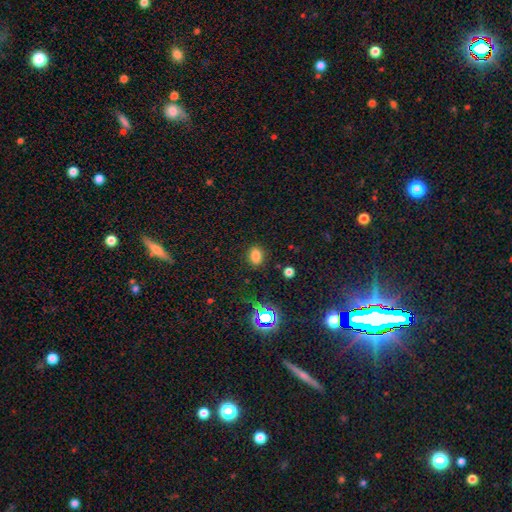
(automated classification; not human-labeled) Smooth or featured? smooth (76%)
How rounded? in between (77%)
Merging? none (85%)